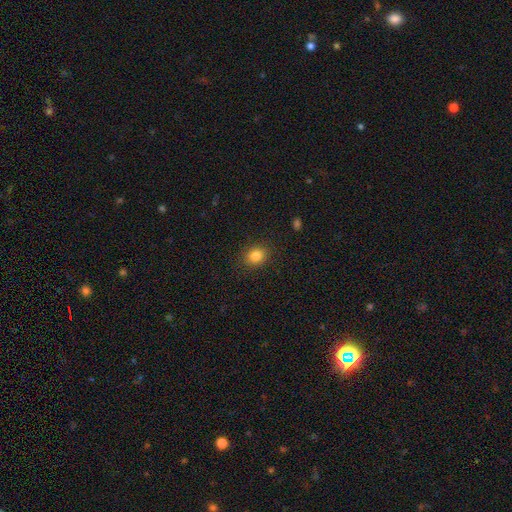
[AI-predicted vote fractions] Q: Smooth or featured?
A: smooth (84%); runner-up: star or artifact (11%)
Q: How rounded?
A: round (61%); runner-up: in between (38%)
Q: Merging?
A: none (88%); runner-up: minor disturbance (8%)